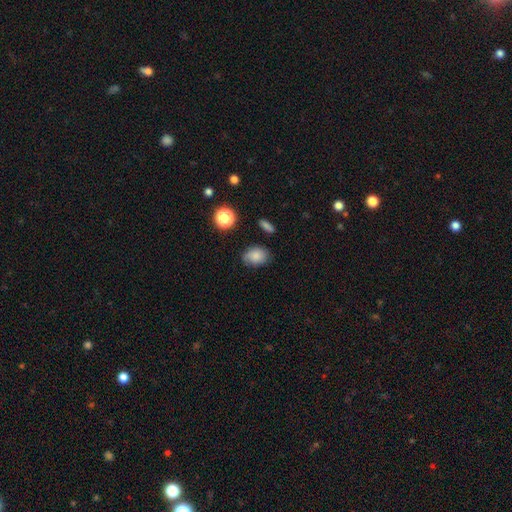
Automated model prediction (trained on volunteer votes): Morphology: type=smooth (78%); roundness=in between (69%); merging=none (68%).